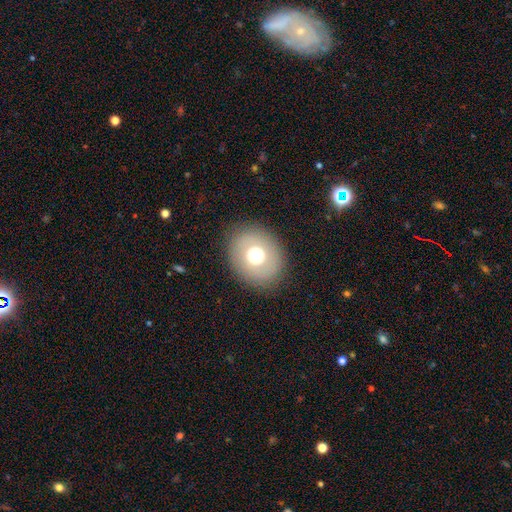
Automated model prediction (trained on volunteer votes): Smooth or featured: smooth — 64% (featured or disk — 23%)
How rounded: round — 63% (in between — 36%)
Merging: none — 86% (minor disturbance — 8%)